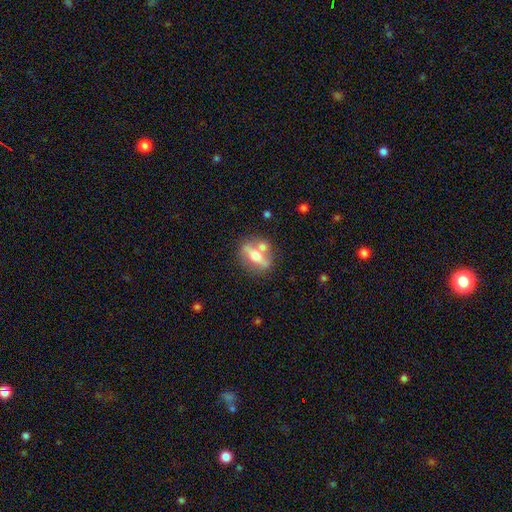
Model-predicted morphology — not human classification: This is likely a featured or disk galaxy (60%). It is likely viewed edge-on (71%). Merging: likely none (69%).